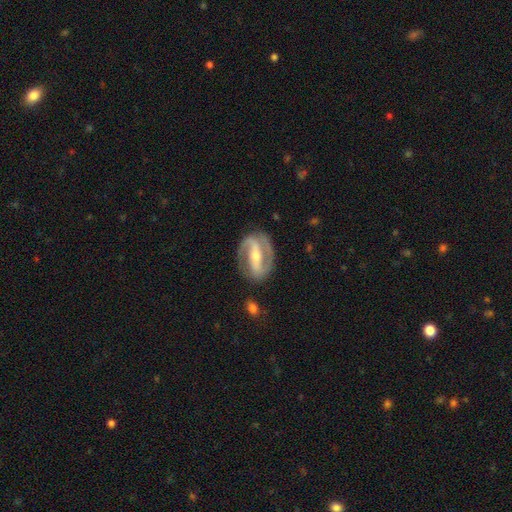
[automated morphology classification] Overall: featured or disk (89%). Edge-on disk: no (96%). Bar: strong (72%). Spiral arms: yes (94%). Spiral arm count: 2 (91%). Spiral winding: medium (47%; tight 37%). Bulge size: moderate (48%; small 47%). Merging: none (83%).